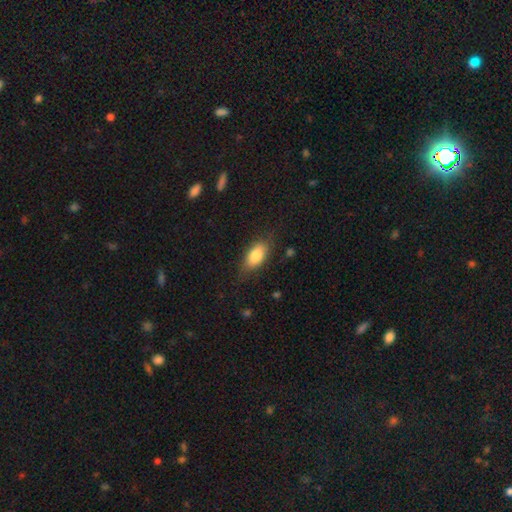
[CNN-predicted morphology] The model was most divided on "merging": none: 77%, minor disturbance: 18%, major disturbance: 4%, merger: 1%. More confident: how rounded — in between (88%); smooth or featured — smooth (80%).